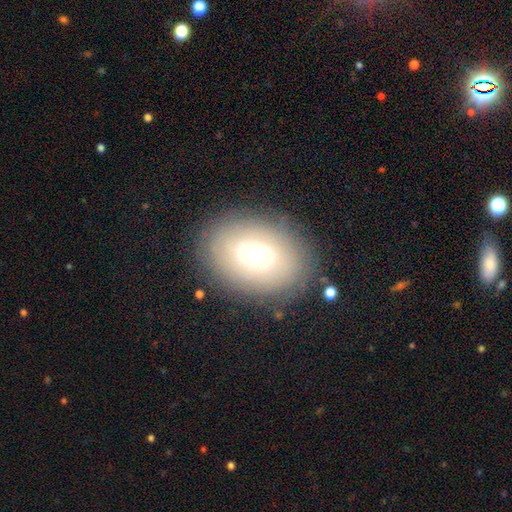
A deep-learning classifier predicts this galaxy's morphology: This appears to be a featured or disk galaxy (45%, tied with smooth). Merging: none (83%).